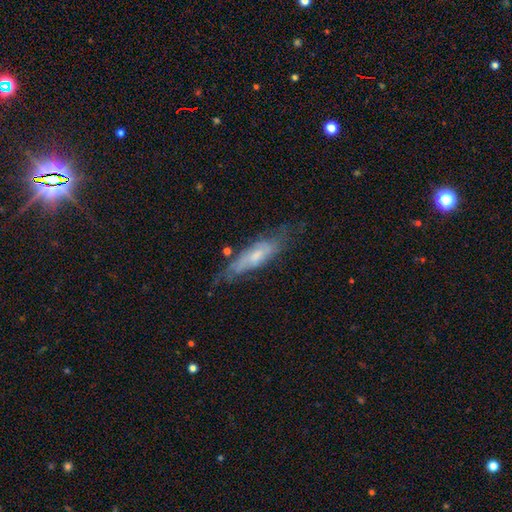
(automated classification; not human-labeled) Morphology: type=featured or disk (55%); edge-on=no (58%); merging=none (61%).